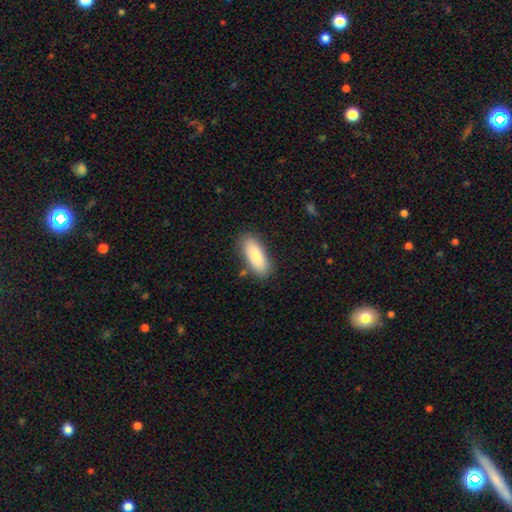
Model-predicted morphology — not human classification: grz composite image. It shows a smooth galaxy with no disk features (82%) that is in between round and cigar-shaped (77%). Merging: none (82%).